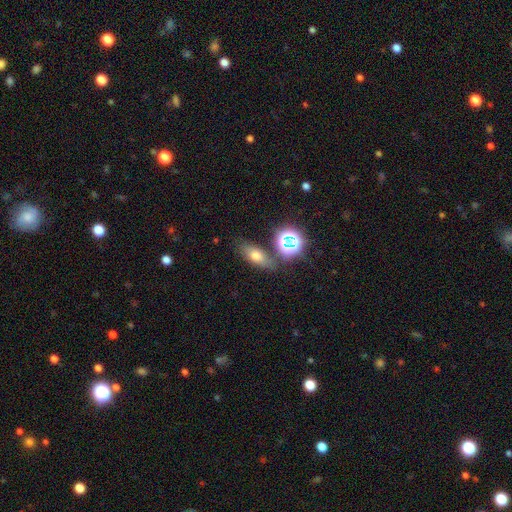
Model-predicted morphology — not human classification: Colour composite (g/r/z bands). It shows a smooth galaxy with no disk features (61%) that is in between round and cigar-shaped (72%). Merging: none (72%).